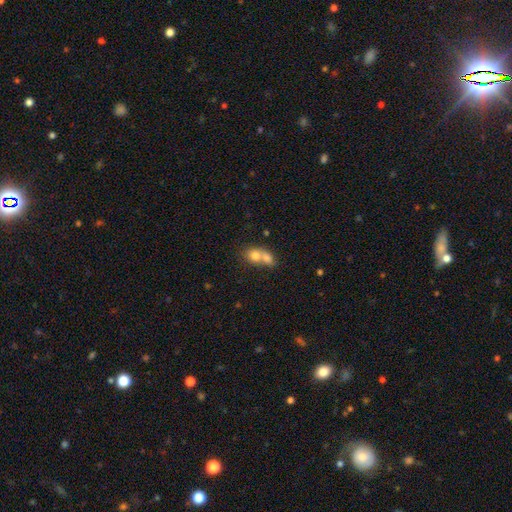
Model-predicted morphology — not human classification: Smooth or featured? Predicted: smooth (p=0.74). How rounded? Predicted: round (p=0.53). Merging? Predicted: merger (p=0.69).